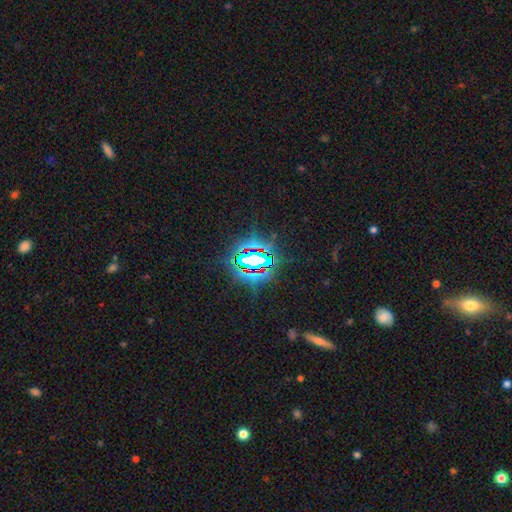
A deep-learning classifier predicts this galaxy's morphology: This appears to be a star or artifact, not a galaxy (81%).